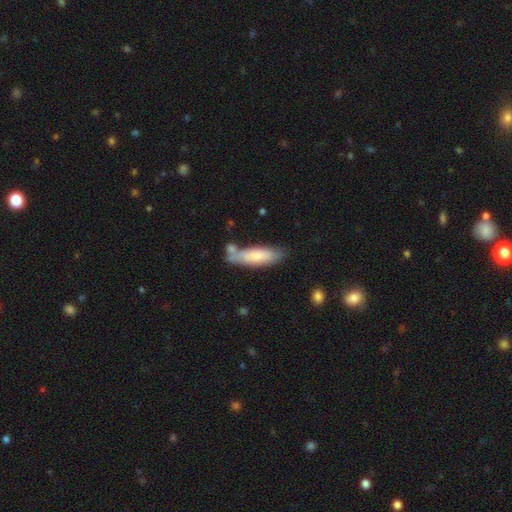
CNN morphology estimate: type=smooth (72%); roundness=cigar-shaped (56%); merging=none (54%).